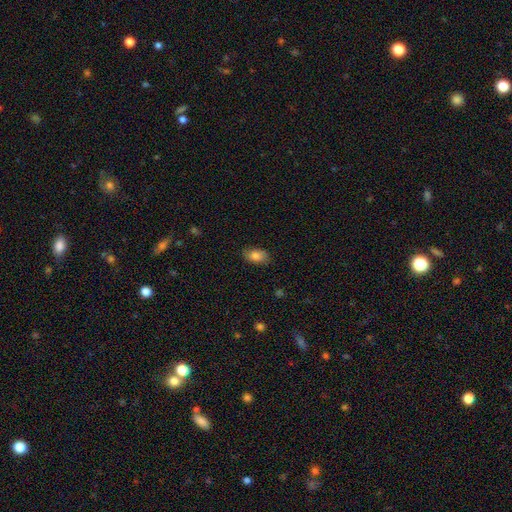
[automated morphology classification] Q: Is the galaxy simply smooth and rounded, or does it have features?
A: smooth — 82%.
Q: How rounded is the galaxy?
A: in between — 89%.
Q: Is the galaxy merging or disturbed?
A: none — 81%.